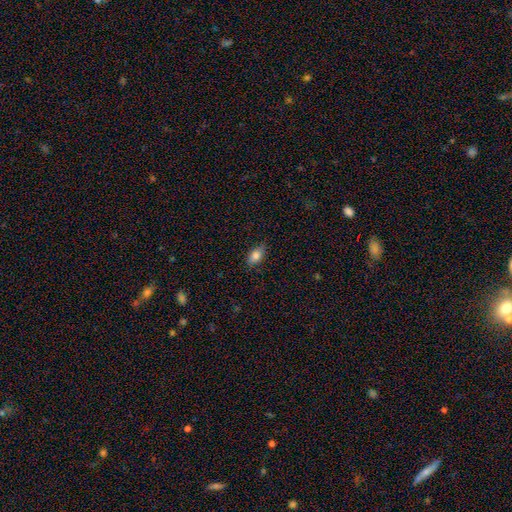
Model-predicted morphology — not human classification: smooth_or_featured: smooth (p=0.81) [alt: featured or disk p=0.11]
how_rounded: in between (p=0.89) [alt: round p=0.07]
merging: none (p=0.83) [alt: minor disturbance p=0.14]